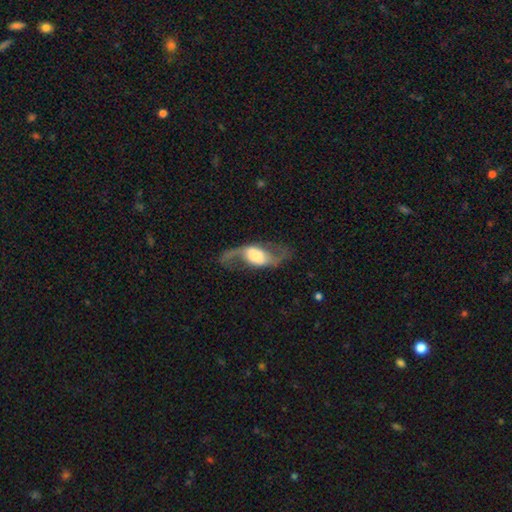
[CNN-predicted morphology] A featured or disk galaxy (77%) with no bar (42%), 2 (91%) loose (74%) spiral arms (89%) and a large central bulge (43%).

Vote fractions:
- Smooth or featured? featured or disk: 77% / smooth: 17% / star or artifact: 6%
- Edge-on disk? no: 90% / yes: 10%
- Bar? no: 42% / weak: 36% / strong: 22%
- Spiral arms? yes: 89% / no: 11%
- Spiral winding? loose: 74% / medium: 22% / tight: 5%
- Spiral arm count? 2: 91% / 1: 4% / can't tell: 2% / 3: 1% / 4: 1% / more than 4: 1%
- Bulge size? large: 43% / moderate: 22% / dominant: 16% / small: 13% / none: 5%
- Merging? none: 65% / major disturbance: 17% / minor disturbance: 16% / merger: 2%